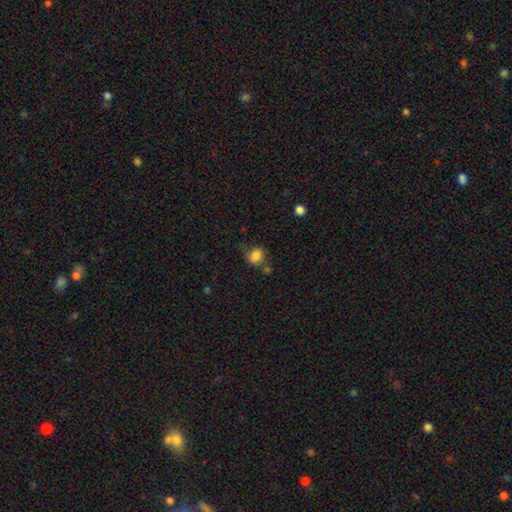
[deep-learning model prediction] A smooth galaxy with no disk features (82%) that is in between round and cigar-shaped (53%).

Vote fractions:
- Smooth or featured? smooth: 82% / star or artifact: 10% / featured or disk: 7%
- How rounded? in between: 53% / round: 45% / cigar-shaped: 1%
- Merging? none: 56% / minor disturbance: 24% / merger: 10% / major disturbance: 10%